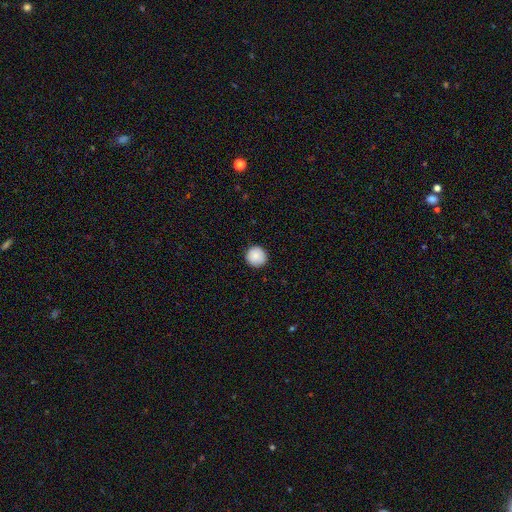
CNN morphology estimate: Smooth or featured? Predicted: smooth (p=0.87). How rounded? Predicted: round (p=0.96). Merging? Predicted: none (p=0.91).